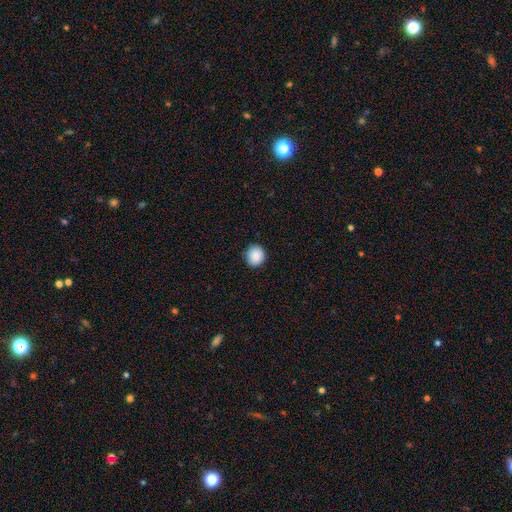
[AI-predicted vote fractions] A smooth galaxy with no disk features (89%) that is round (86%). Merging: none (89%).